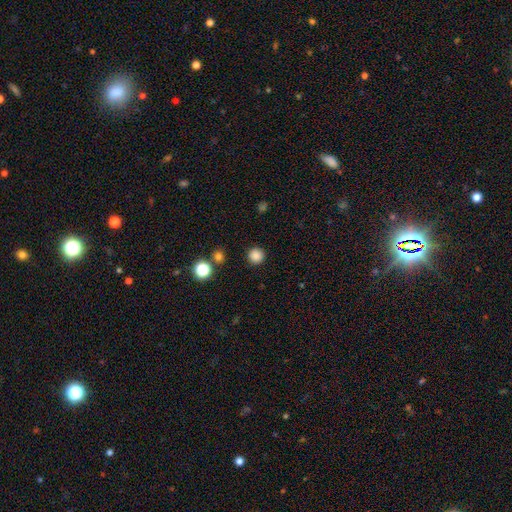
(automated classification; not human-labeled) This appears to be a smooth galaxy with no disk features (85%) that is round (96%). Merging: none (91%).